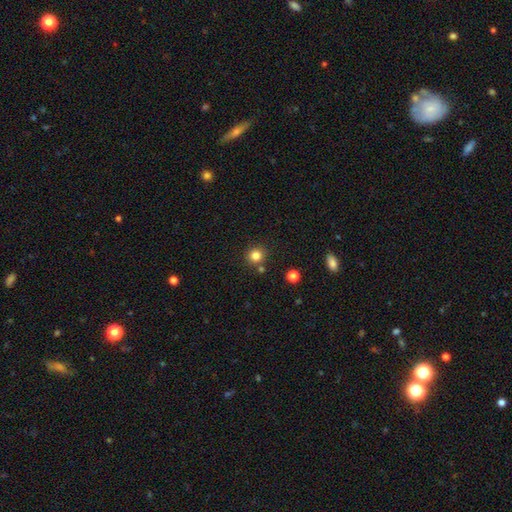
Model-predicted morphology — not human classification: smooth 82%, star or artifact 12%, featured or disk 5%. Down the decision tree: how rounded — round (92%); merging — none (82%).